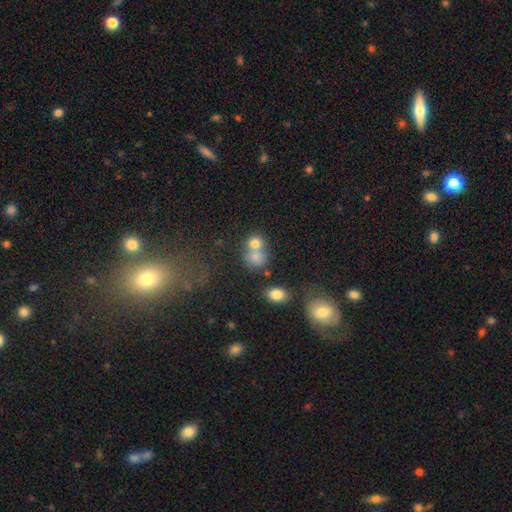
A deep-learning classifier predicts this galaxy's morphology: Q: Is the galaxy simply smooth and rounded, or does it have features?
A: smooth — 76%.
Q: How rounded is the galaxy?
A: round — 72%.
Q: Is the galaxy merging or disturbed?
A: merger — 51%.